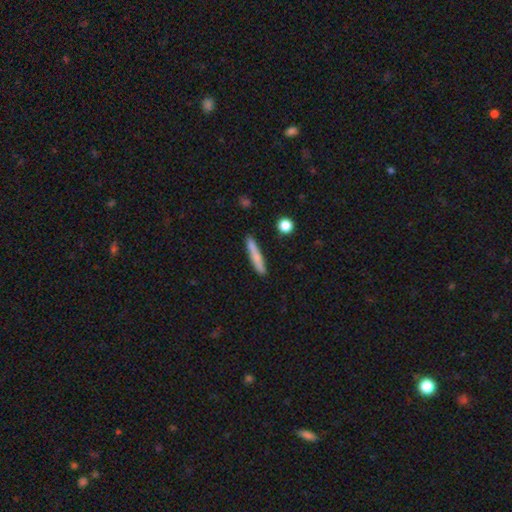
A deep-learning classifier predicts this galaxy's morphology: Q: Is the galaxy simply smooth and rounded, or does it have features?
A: smooth — 76%.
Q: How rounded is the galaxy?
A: cigar-shaped — 93%.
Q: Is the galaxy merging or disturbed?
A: none — 87%.